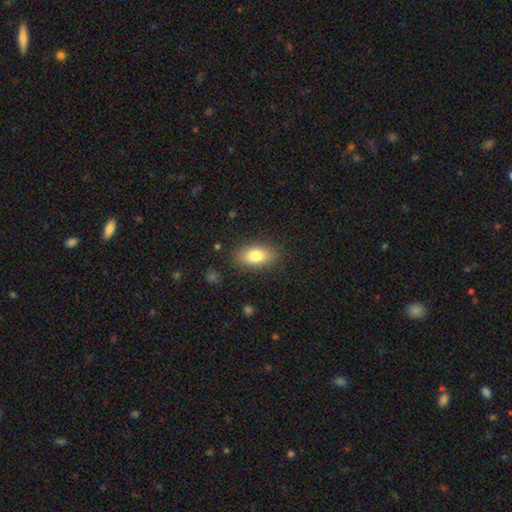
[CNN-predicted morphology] smooth 80%, featured or disk 12%, star or artifact 8%. Down the decision tree: how rounded — in between (88%); merging — none (84%).